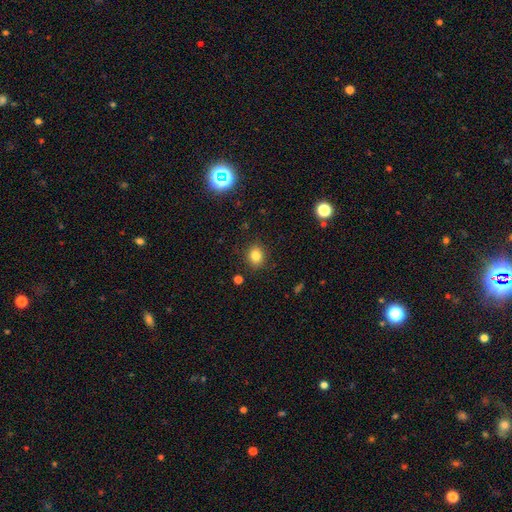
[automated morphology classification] Smooth or featured? smooth (82%)
How rounded? round (57%)
Merging? none (86%)